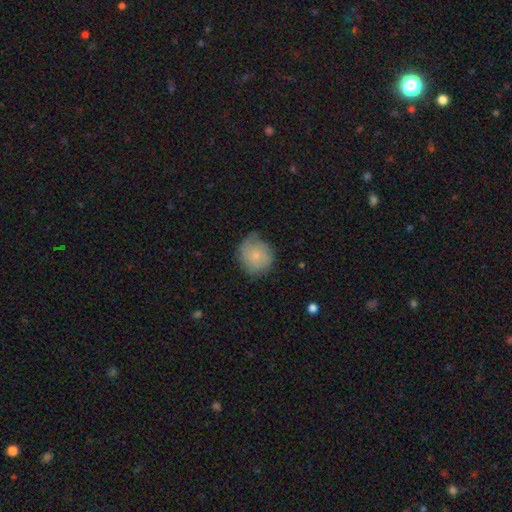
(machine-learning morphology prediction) Smooth or featured? smooth (68%)
How rounded? round (86%)
Merging? none (55%)